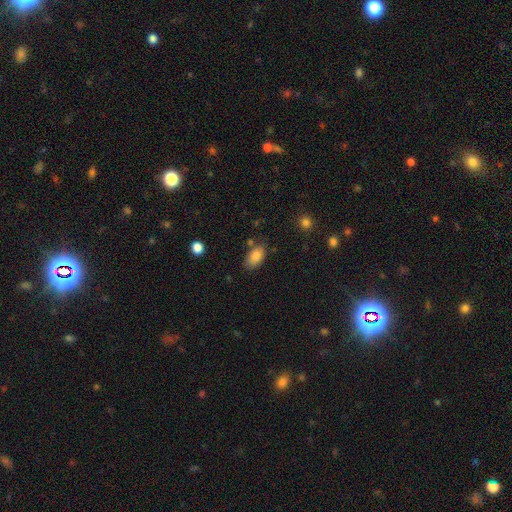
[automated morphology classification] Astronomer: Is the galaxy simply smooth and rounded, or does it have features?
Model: smooth — 84%.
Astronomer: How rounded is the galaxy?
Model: in between — 92%.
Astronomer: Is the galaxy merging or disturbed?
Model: none — 73%.